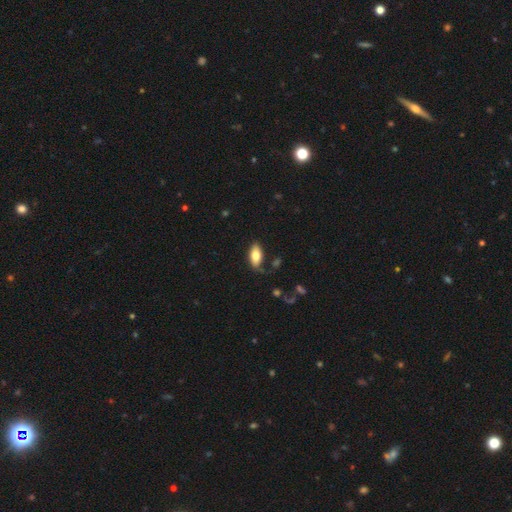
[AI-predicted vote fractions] A smooth galaxy with no disk features (78%) that is in between round and cigar-shaped (90%).

Vote fractions:
- Smooth or featured? smooth: 78% / featured or disk: 15% / star or artifact: 7%
- How rounded? in between: 90% / cigar-shaped: 7% / round: 3%
- Merging? none: 77% / minor disturbance: 16% / major disturbance: 4% / merger: 3%